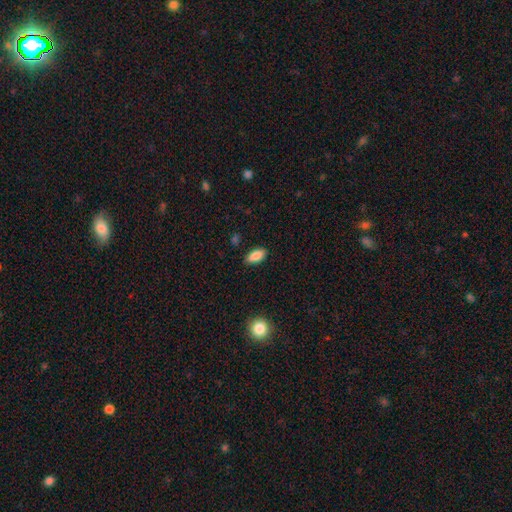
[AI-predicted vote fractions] Q: Smooth or featured?
A: smooth (86%); runner-up: star or artifact (7%)
Q: How rounded?
A: in between (90%); runner-up: cigar-shaped (7%)
Q: Merging?
A: none (87%); runner-up: minor disturbance (10%)